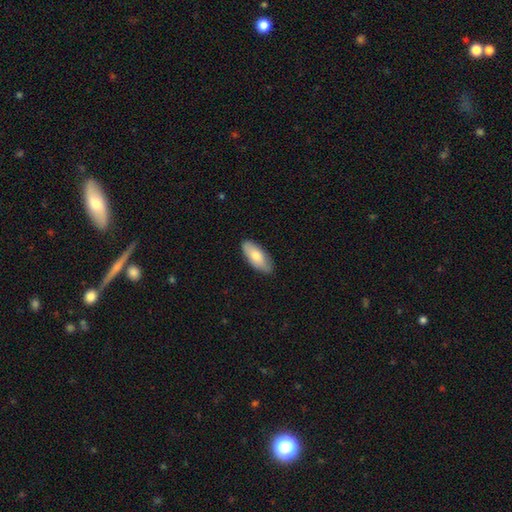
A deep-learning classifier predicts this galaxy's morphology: The model was most divided on "smooth or featured": smooth: 76%, featured or disk: 18%, star or artifact: 5%. More confident: merging — none (86%); how rounded — in between (84%).